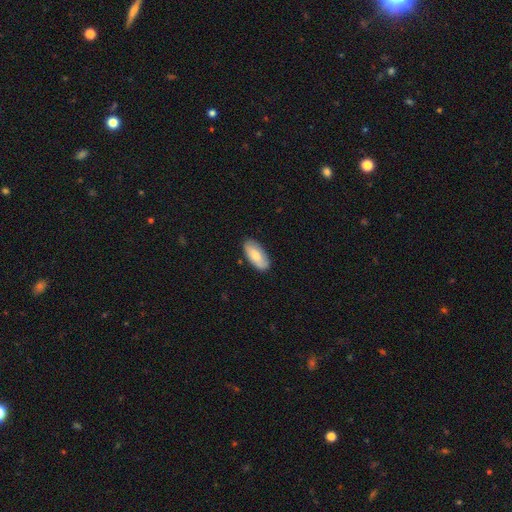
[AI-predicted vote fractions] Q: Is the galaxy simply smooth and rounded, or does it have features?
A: smooth — 75%.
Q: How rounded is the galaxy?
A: in between — 91%.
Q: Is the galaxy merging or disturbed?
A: none — 84%.